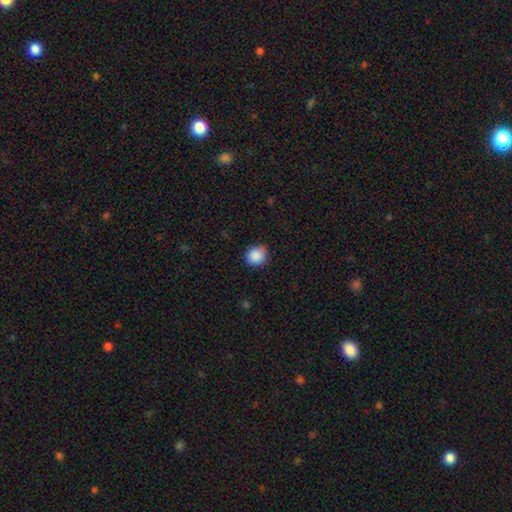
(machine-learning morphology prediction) Smooth or featured? smooth (88%)
How rounded? round (82%)
Merging? none (79%)